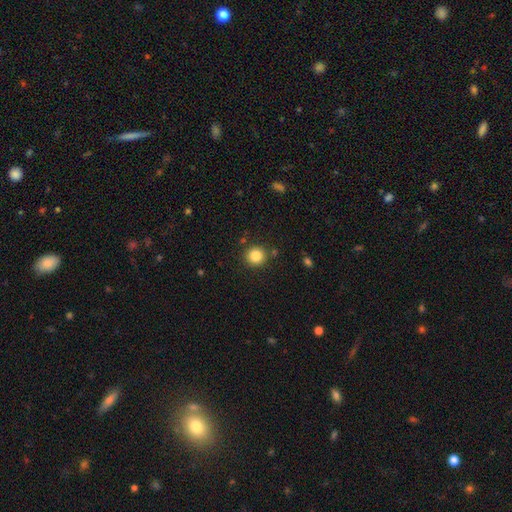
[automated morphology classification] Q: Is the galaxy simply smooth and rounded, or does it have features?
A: smooth — 84%.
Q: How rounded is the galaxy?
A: round — 92%.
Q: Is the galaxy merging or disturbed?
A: none — 87%.